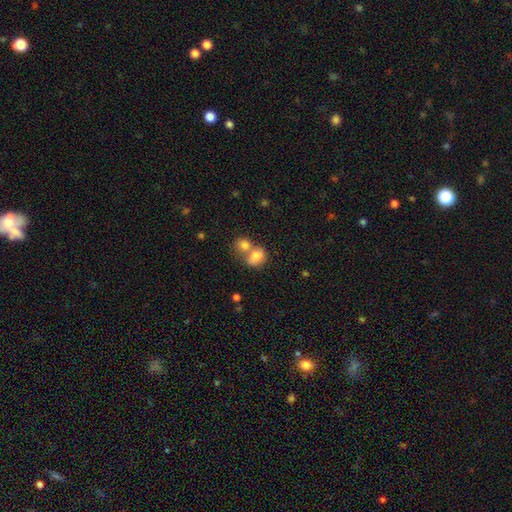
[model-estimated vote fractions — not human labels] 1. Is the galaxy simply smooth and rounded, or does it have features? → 80% smooth, 11% featured or disk, 9% star or artifact.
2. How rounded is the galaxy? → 57% in between, 41% round, 1% cigar-shaped.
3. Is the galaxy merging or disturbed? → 60% merger, 27% none, 9% minor disturbance, 4% major disturbance.